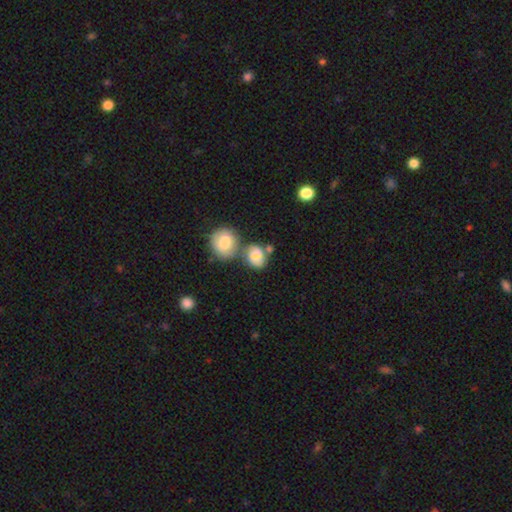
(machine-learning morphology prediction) Smooth or featured?
  - smooth: 80% *
  - featured or disk: 11%
  - star or artifact: 9%
How rounded?
  - in between: 52% *
  - round: 47%
  - cigar-shaped: 1%
Merging?
  - merger: 38% *
  - none: 37%
  - minor disturbance: 17%
  - major disturbance: 8%